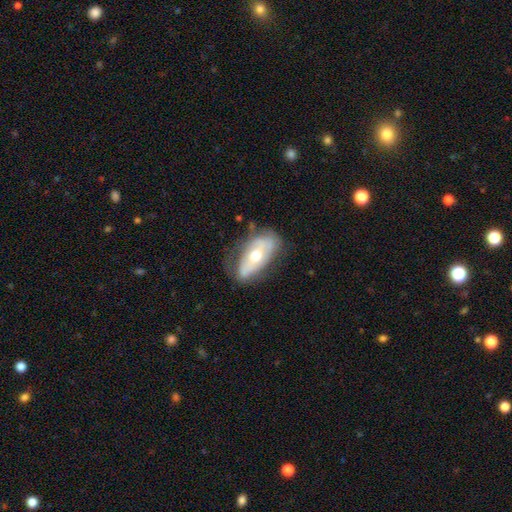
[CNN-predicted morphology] Smooth or featured: featured or disk — 55% (smooth — 38%)
Edge-on disk: no — 83% (yes — 17%)
Merging: none — 60% (minor disturbance — 27%)